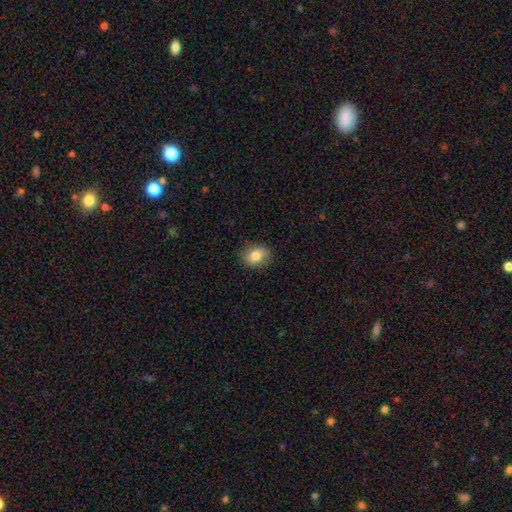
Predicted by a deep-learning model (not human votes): smooth-or-featured: smooth: 81% | featured or disk: 10% | star or artifact: 9%
  how-rounded: in between: 54% | round: 45% | cigar-shaped: 1%
  merging: none: 86% | minor disturbance: 11% | major disturbance: 3% | merger: 1%